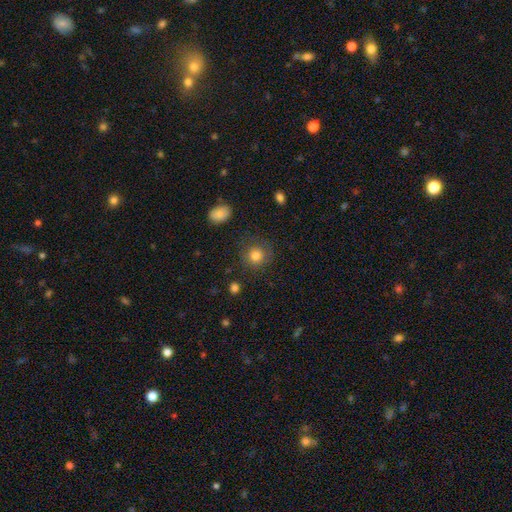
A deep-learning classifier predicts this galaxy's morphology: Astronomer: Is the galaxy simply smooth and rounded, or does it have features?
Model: smooth — 80%.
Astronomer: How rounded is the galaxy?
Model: round — 90%.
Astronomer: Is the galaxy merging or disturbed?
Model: none — 82%.